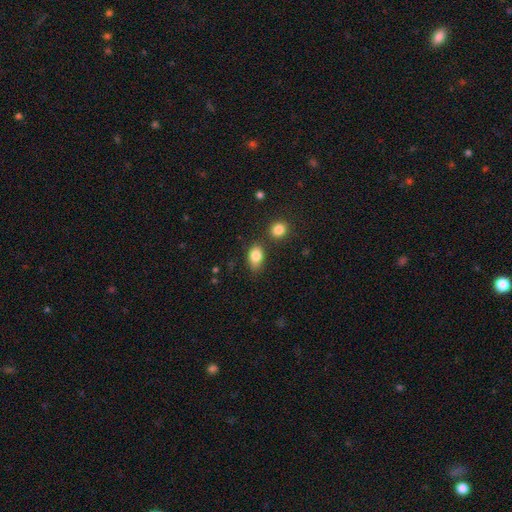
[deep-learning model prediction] This is clearly a smooth galaxy (84%). How rounded: clearly in between (84%). Merging: likely none (68%).